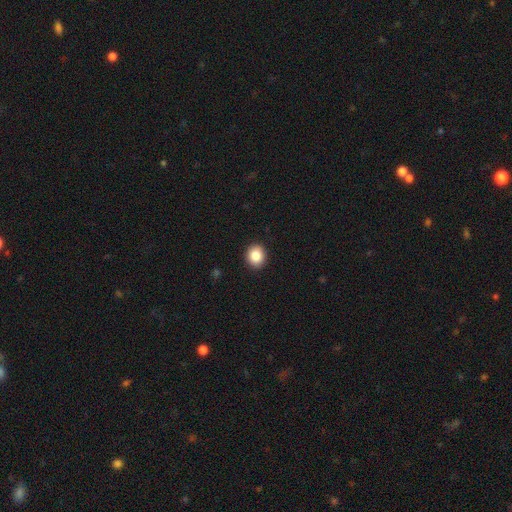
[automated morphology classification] Smooth or featured: smooth — 86% (star or artifact — 9%)
How rounded: round — 74% (in between — 25%)
Merging: none — 92% (minor disturbance — 6%)